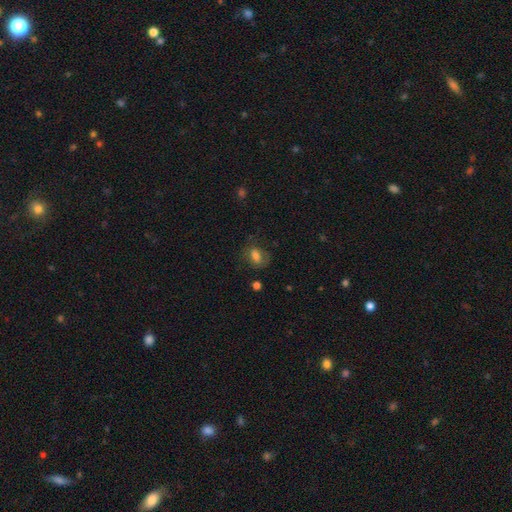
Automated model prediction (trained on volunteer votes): This appears to be a smooth galaxy with no disk features (73%) that is in between round and cigar-shaped (79%). Merging: none (61%).